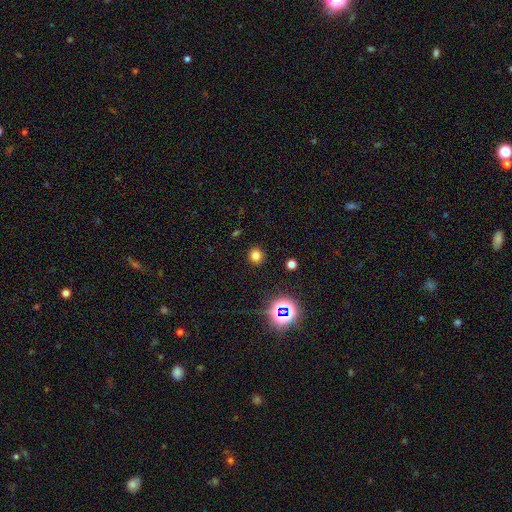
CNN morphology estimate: Q: Smooth or featured?
A: smooth (75%); runner-up: star or artifact (20%)
Q: How rounded?
A: round (89%); runner-up: in between (10%)
Q: Merging?
A: none (90%); runner-up: minor disturbance (6%)